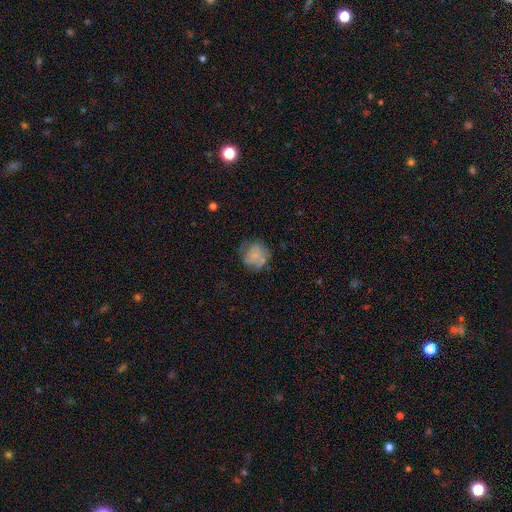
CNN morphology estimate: smooth-or-featured: smooth: 57% | featured or disk: 32% | star or artifact: 10%
  how-rounded: round: 83% | in between: 16% | cigar-shaped: 1%
  merging: none: 58% | minor disturbance: 25% | major disturbance: 15% | merger: 3%